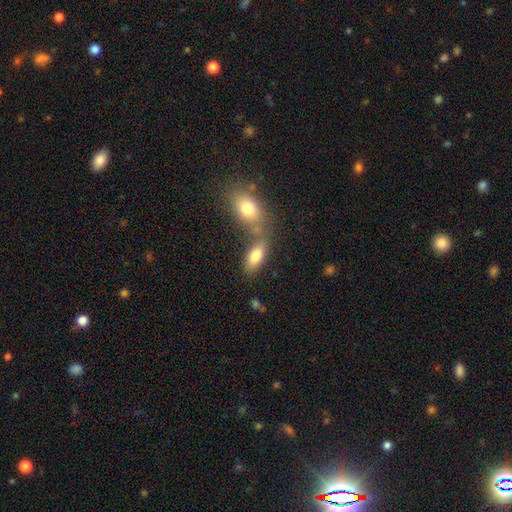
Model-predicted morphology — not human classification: The model was most divided on "merging": none: 44%, merger: 40%, minor disturbance: 11%, major disturbance: 5%. More confident: how rounded — in between (87%); smooth or featured — smooth (79%).